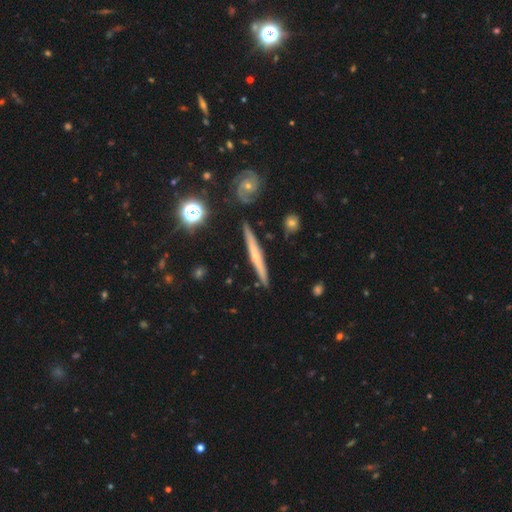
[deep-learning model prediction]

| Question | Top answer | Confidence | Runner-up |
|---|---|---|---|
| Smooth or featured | featured or disk | 65% | smooth (28%) |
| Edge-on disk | yes | 94% | no (6%) |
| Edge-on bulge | rounded | 55% | none (40%) |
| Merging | none | 88% | minor disturbance (8%) |